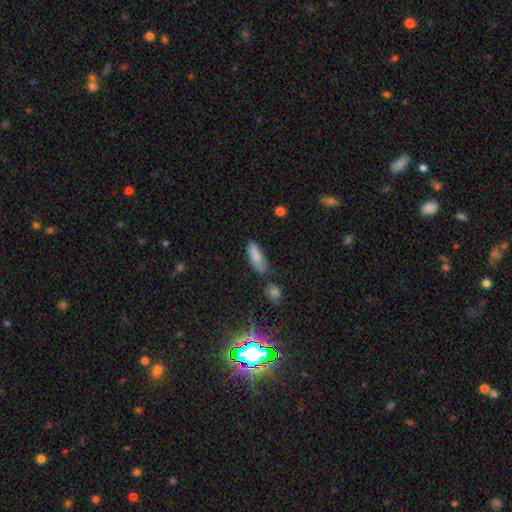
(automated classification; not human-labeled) A smooth galaxy with no disk features (83%) that is in between round and cigar-shaped (63%).

Vote fractions:
- Smooth or featured? smooth: 83% / featured or disk: 9% / star or artifact: 8%
- How rounded? in between: 63% / cigar-shaped: 35% / round: 2%
- Merging? none: 56% / minor disturbance: 27% / merger: 9% / major disturbance: 7%